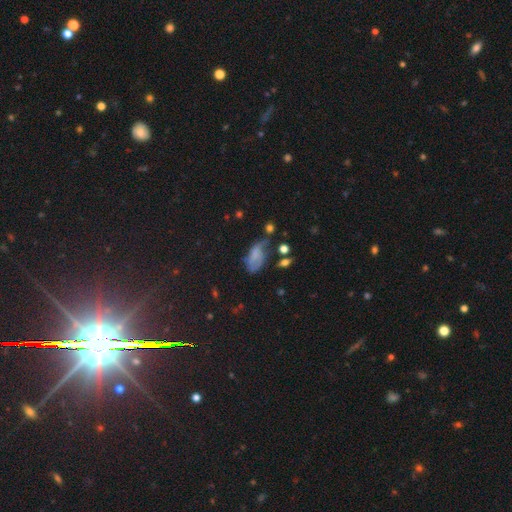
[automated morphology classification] A smooth galaxy with no disk features (52%) that is in between round and cigar-shaped (88%).

Vote fractions:
- Smooth or featured? smooth: 52% / featured or disk: 33% / star or artifact: 15%
- How rounded? in between: 88% / round: 7% / cigar-shaped: 4%
- Merging? major disturbance: 35% / minor disturbance: 30% / none: 27% / merger: 8%